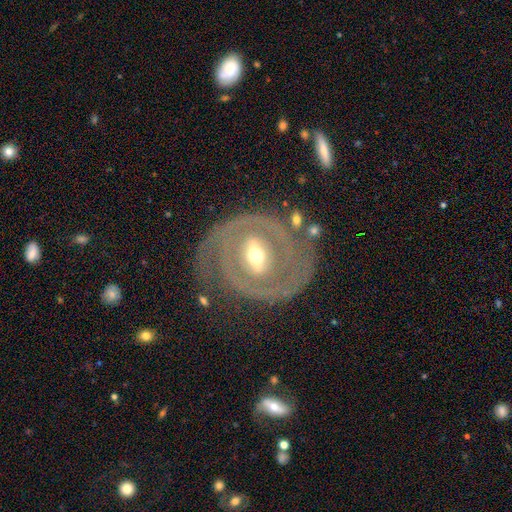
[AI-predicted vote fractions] Overall: featured or disk (80%). Edge-on disk: no (94%). Bar: strong (41%; weak 36%). Spiral arms: yes (56%; no 44%). Bulge size: moderate (61%; small 32%). Merging: none (68%).